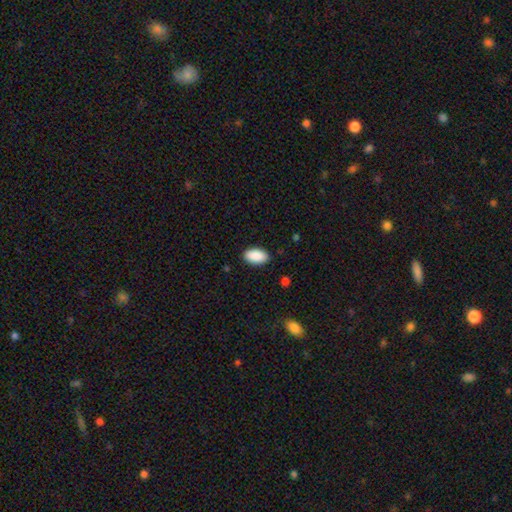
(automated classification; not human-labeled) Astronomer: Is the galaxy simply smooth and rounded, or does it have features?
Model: smooth — 91%.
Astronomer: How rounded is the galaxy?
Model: in between — 95%.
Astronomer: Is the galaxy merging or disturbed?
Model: none — 88%.